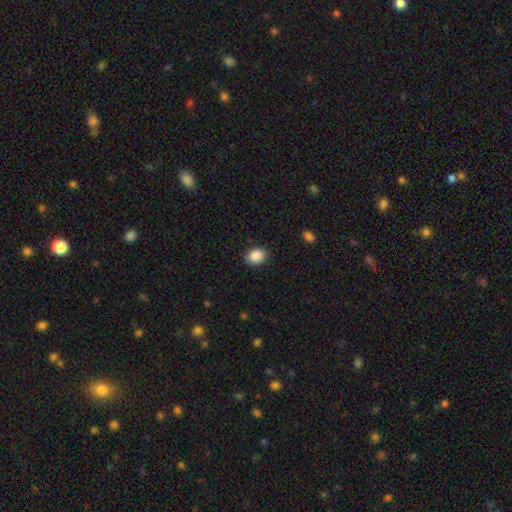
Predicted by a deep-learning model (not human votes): smooth_or_featured: smooth (p=0.89) [alt: star or artifact p=0.08]
how_rounded: in between (p=0.68) [alt: round p=0.31]
merging: none (p=0.88) [alt: minor disturbance p=0.09]